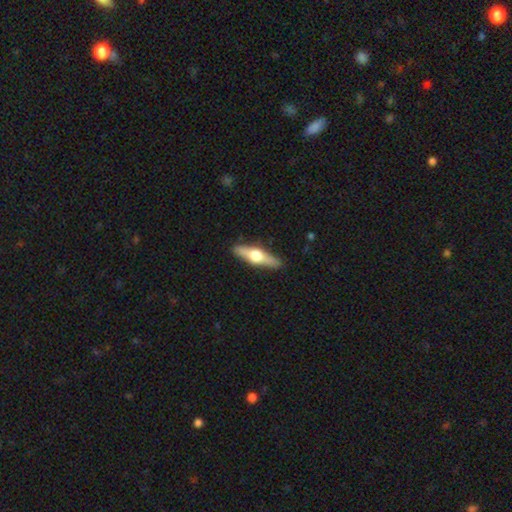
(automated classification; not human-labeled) Smooth or featured? Predicted: featured or disk (p=0.63). Edge-on disk? Predicted: yes (p=0.96). Edge-on bulge? Predicted: rounded (p=0.95). Merging? Predicted: none (p=0.89).